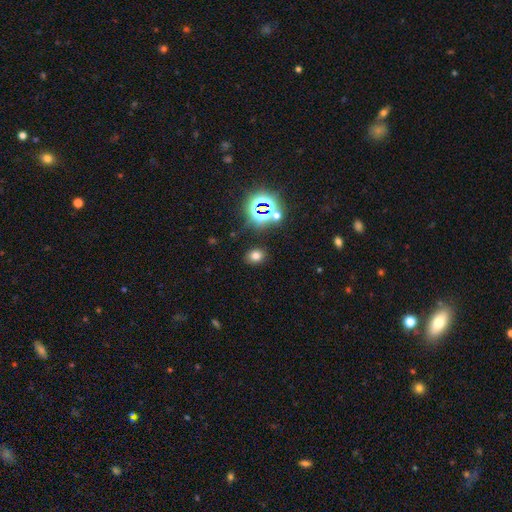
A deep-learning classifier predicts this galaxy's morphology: The model was most divided on "how rounded": in between: 53%, round: 46%, cigar-shaped: 1%. More confident: merging — none (86%); smooth or featured — smooth (69%).